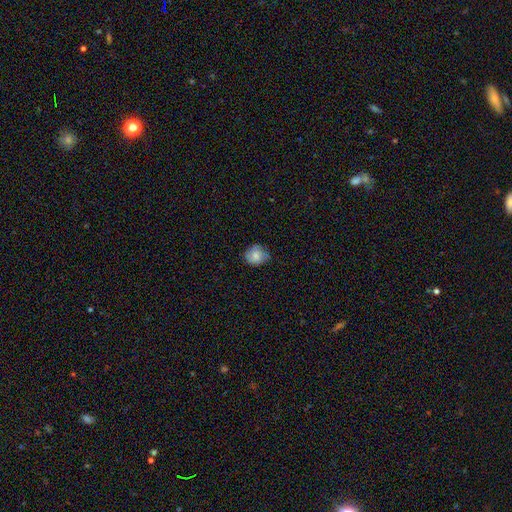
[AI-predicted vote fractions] smooth 75%, featured or disk 17%, star or artifact 8%. Down the decision tree: how rounded — round (78%); merging — none (70%).